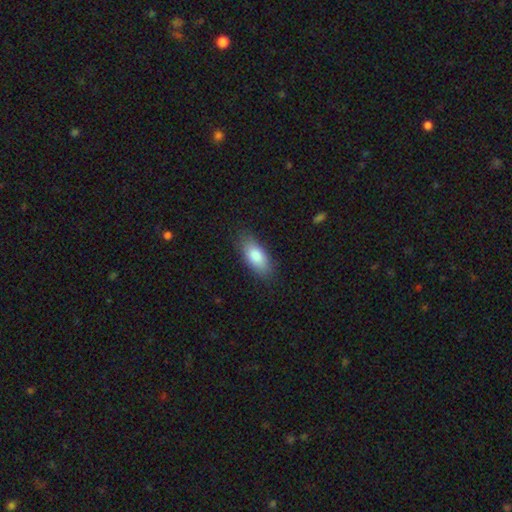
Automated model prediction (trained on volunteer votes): Smooth or featured? smooth (84%)
How rounded? in between (85%)
Merging? none (84%)